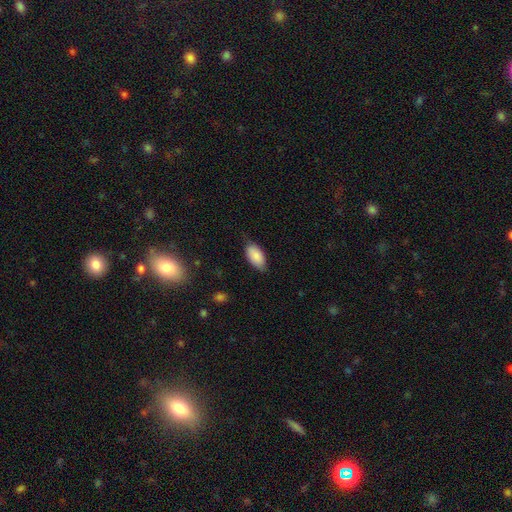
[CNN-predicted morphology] type=smooth (86%); roundness=in between (94%); merging=none (73%).